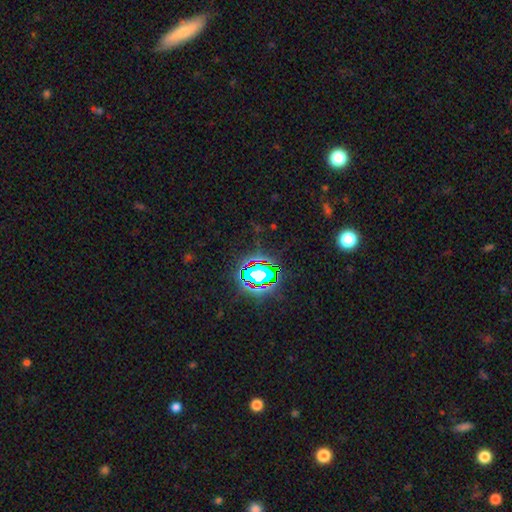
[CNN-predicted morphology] star or artifact 80%, smooth 12%, featured or disk 8%.